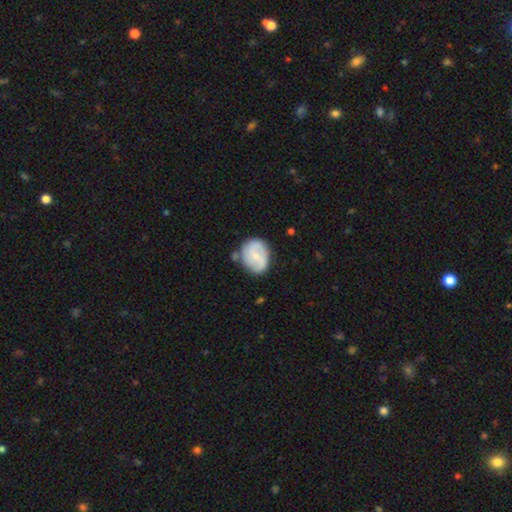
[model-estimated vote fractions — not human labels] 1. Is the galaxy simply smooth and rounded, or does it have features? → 50% smooth, 44% featured or disk, 6% star or artifact.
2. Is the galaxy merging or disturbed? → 64% none, 22% minor disturbance, 7% merger, 6% major disturbance.